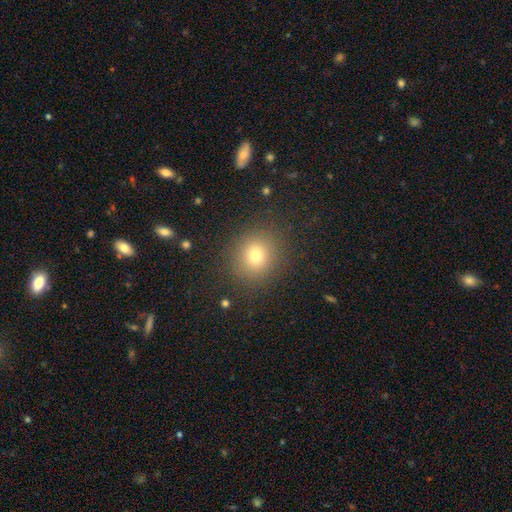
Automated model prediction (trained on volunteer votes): smooth_or_featured: smooth (p=0.73) [alt: star or artifact p=0.17]
how_rounded: round (p=0.85) [alt: in between p=0.15]
merging: none (p=0.87) [alt: minor disturbance p=0.08]